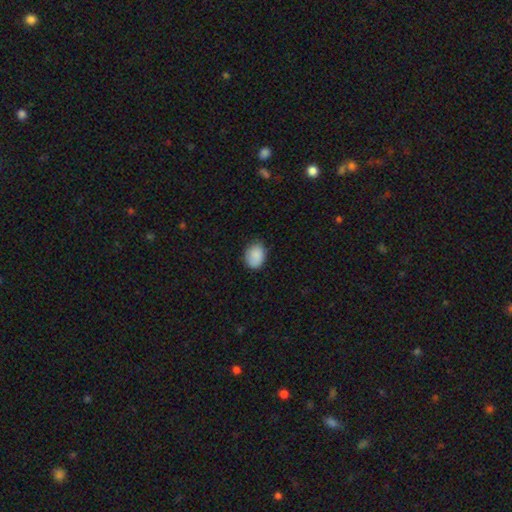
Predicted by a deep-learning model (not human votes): A smooth galaxy with no disk features (88%) that is in between round and cigar-shaped (61%).

Vote fractions:
- Smooth or featured? smooth: 88% / star or artifact: 8% / featured or disk: 4%
- How rounded? in between: 61% / round: 38% / cigar-shaped: 1%
- Merging? none: 75% / minor disturbance: 21% / major disturbance: 4% / merger: 1%